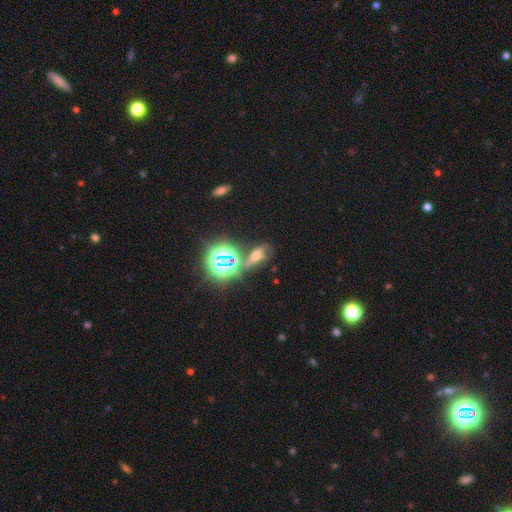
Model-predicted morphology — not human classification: A star or artifact, not a galaxy (49%).

Vote fractions:
- Smooth or featured? star or artifact: 49% / smooth: 29% / featured or disk: 22%